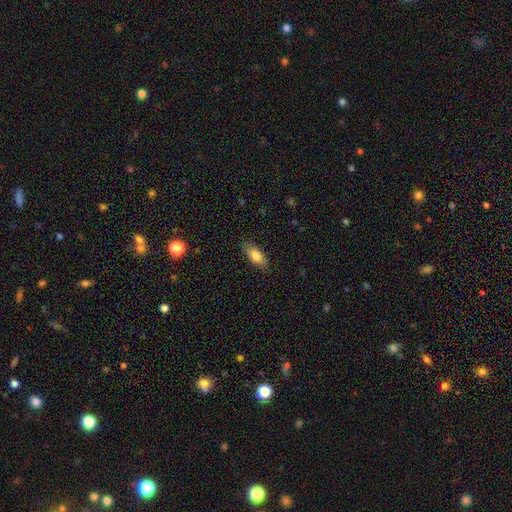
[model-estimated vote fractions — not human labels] A smooth galaxy with no disk features (78%) that is in between round and cigar-shaped (79%).

Vote fractions:
- Smooth or featured? smooth: 78% / featured or disk: 15% / star or artifact: 7%
- How rounded? in between: 79% / cigar-shaped: 18% / round: 3%
- Merging? none: 84% / minor disturbance: 13% / major disturbance: 3% / merger: 1%